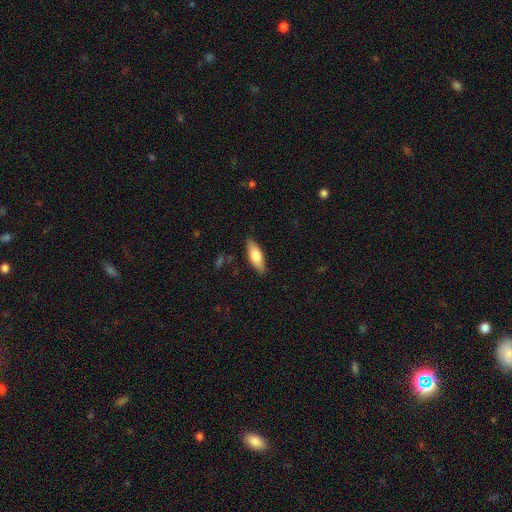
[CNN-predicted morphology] type=smooth (70%); roundness=in between (60%); merging=none (86%).